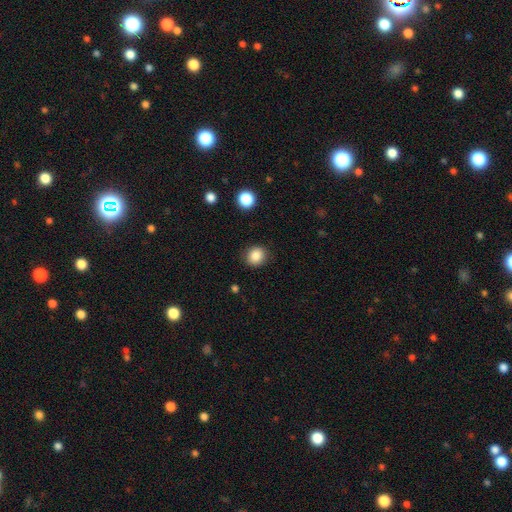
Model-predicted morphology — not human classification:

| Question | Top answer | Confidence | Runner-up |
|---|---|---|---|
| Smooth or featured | smooth | 86% | star or artifact (10%) |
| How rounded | round | 78% | in between (21%) |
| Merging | none | 88% | minor disturbance (8%) |